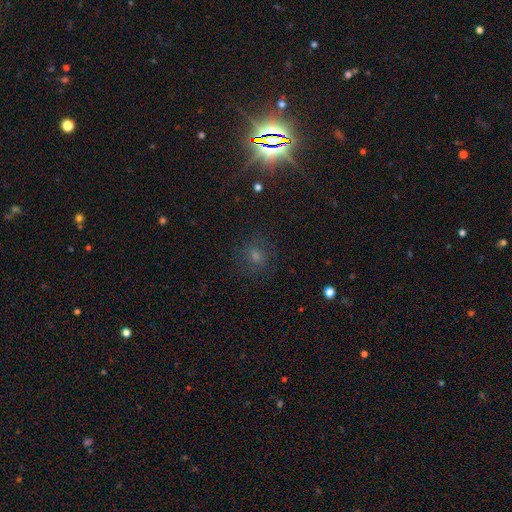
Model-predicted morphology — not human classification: This appears to be a smooth galaxy with no disk features (51%) that is round (73%). Merging: none (75%).